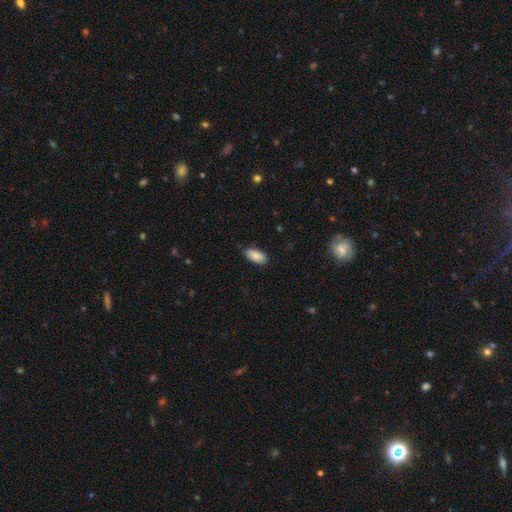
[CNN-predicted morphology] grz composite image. It shows a smooth galaxy with no disk features (89%) that is in between round and cigar-shaped (93%). Merging: none (79%).